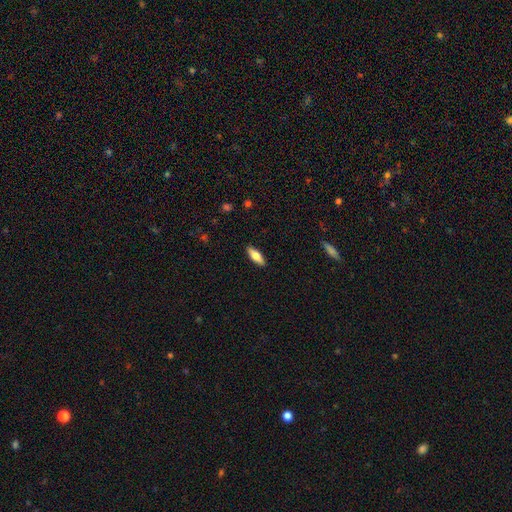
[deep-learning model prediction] A smooth galaxy with no disk features (71%) that is in between round and cigar-shaped (64%). Merging: none (90%).